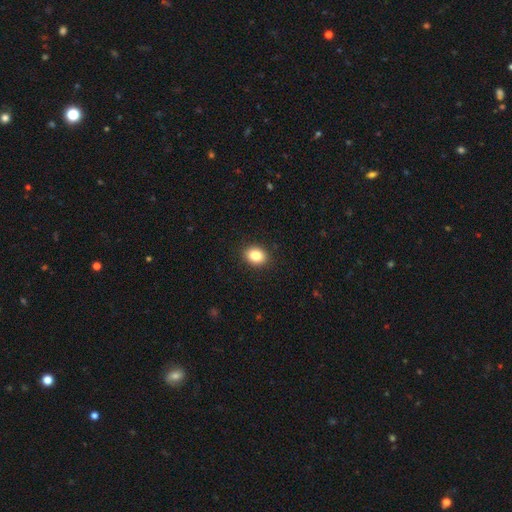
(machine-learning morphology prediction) This is clearly a smooth galaxy (84%). How rounded: possibly in between (52%). Merging: clearly none (91%).